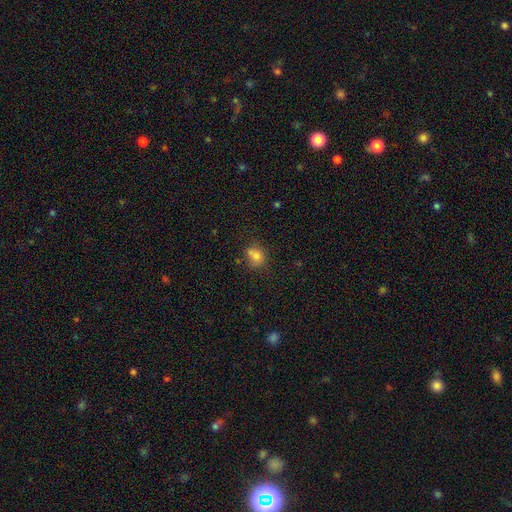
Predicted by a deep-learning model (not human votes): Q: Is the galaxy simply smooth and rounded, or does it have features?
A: smooth — 76%.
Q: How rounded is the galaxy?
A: round — 56%.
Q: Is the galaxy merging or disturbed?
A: none — 54%.